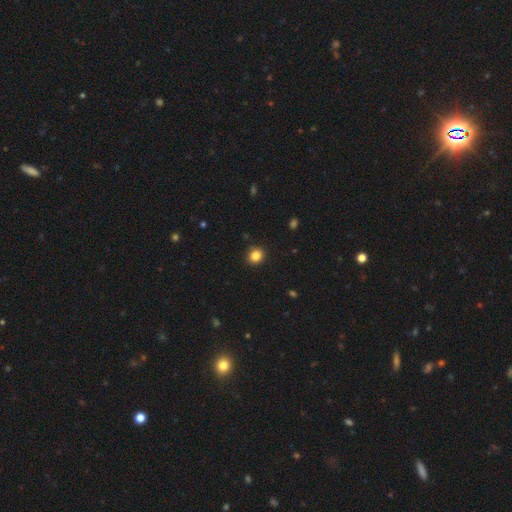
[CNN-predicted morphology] Smooth or featured? smooth (84%)
How rounded? round (83%)
Merging? none (91%)